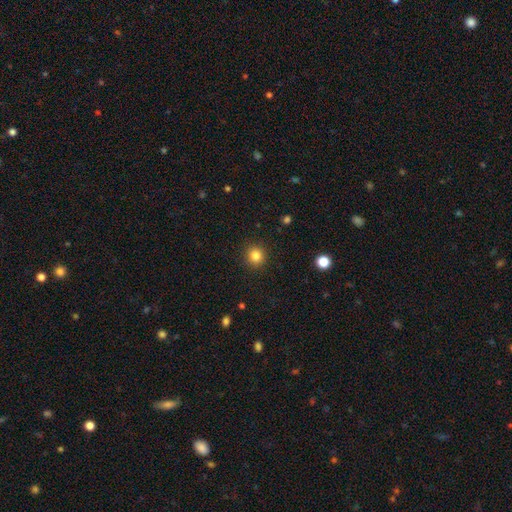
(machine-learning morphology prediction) smooth 84%, star or artifact 12%, featured or disk 5%. Down the decision tree: how rounded — round (92%); merging — none (92%).